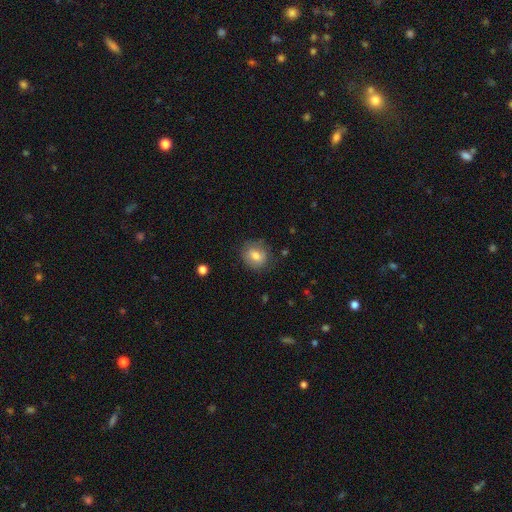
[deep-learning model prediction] smooth_or_featured: smooth (p=0.76) [alt: featured or disk p=0.16]
how_rounded: round (p=0.66) [alt: in between p=0.32]
merging: none (p=0.78) [alt: minor disturbance p=0.16]